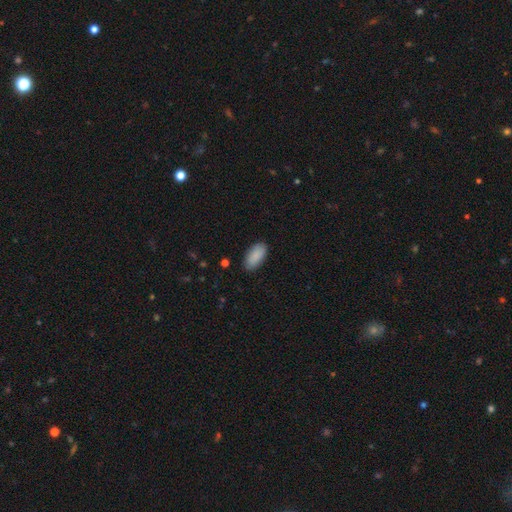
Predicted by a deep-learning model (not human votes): This appears to be a smooth galaxy with no disk features (89%) that is in between round and cigar-shaped (92%). Merging: none (87%).